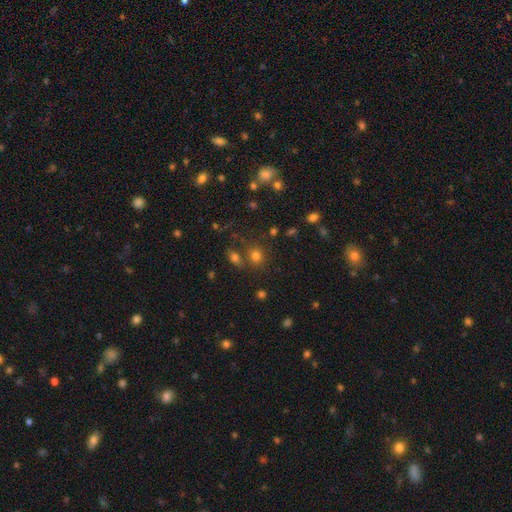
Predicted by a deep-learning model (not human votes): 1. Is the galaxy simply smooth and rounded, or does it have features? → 73% smooth, 19% star or artifact, 8% featured or disk.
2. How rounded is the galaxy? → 73% round, 26% in between, 1% cigar-shaped.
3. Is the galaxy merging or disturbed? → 66% none, 19% merger, 10% minor disturbance, 5% major disturbance.